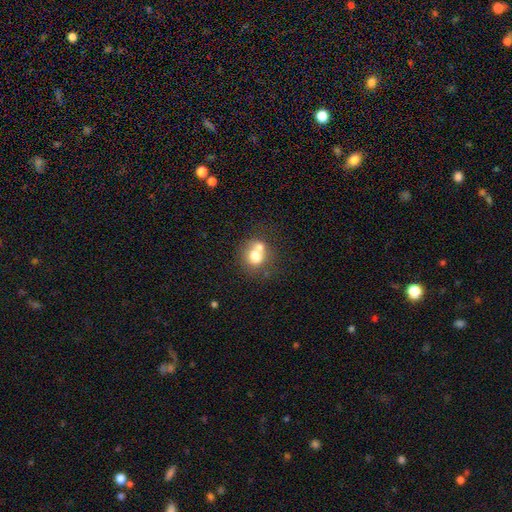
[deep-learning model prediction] This appears to be a smooth galaxy with no disk features (69%) that is round (79%). Merging: merger (50%).